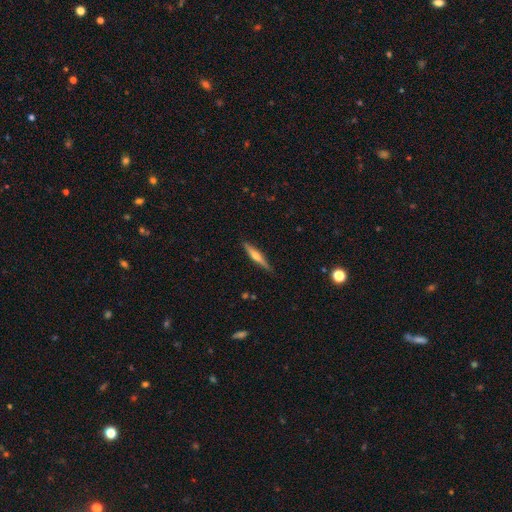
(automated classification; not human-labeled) This appears to be a featured or disk galaxy (63%) viewed edge-on (97%) with a rounded central bulge (85%). Merging: none (89%).